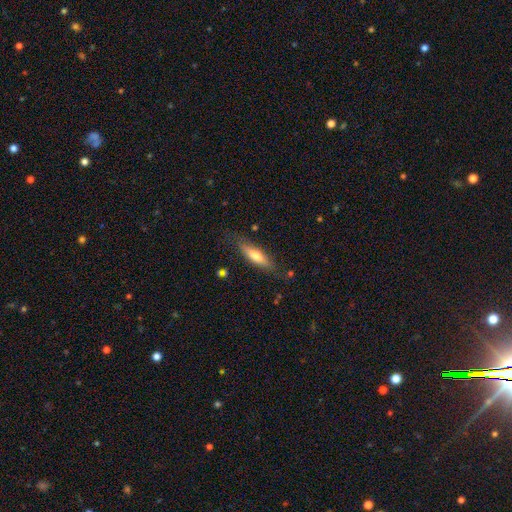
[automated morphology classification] Q: Smooth or featured?
A: smooth (64%); runner-up: featured or disk (31%)
Q: How rounded?
A: cigar-shaped (60%); runner-up: in between (38%)
Q: Merging?
A: none (77%); runner-up: minor disturbance (17%)